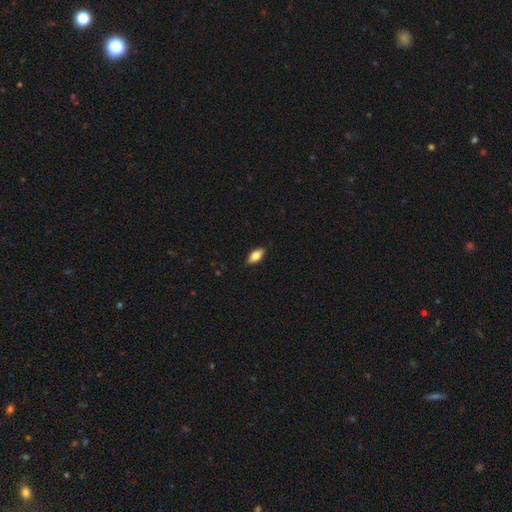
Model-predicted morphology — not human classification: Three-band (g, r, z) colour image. It shows a smooth galaxy with no disk features (71%) that is in between round and cigar-shaped (84%). Merging: none (86%).